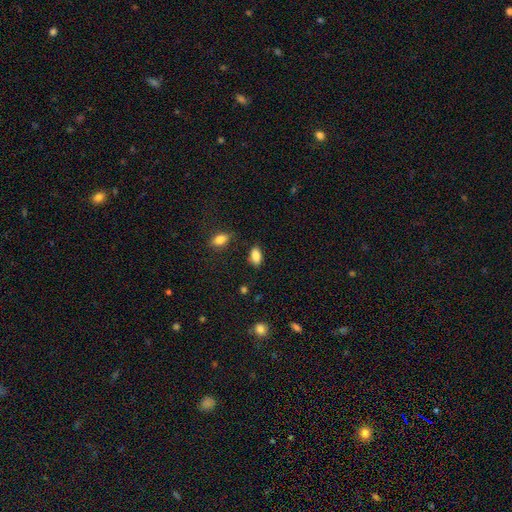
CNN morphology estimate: This is clearly a smooth galaxy (86%). How rounded: clearly in between (91%). Merging: clearly none (81%).